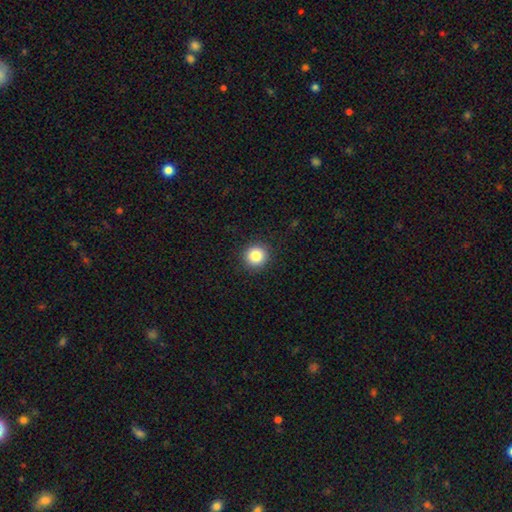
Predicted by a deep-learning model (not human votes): A smooth galaxy with no disk features (84%) that is round (94%).

Vote fractions:
- Smooth or featured? smooth: 84% / star or artifact: 10% / featured or disk: 5%
- How rounded? round: 94% / in between: 5% / cigar-shaped: 1%
- Merging? none: 92% / minor disturbance: 5% / major disturbance: 2% / merger: 1%